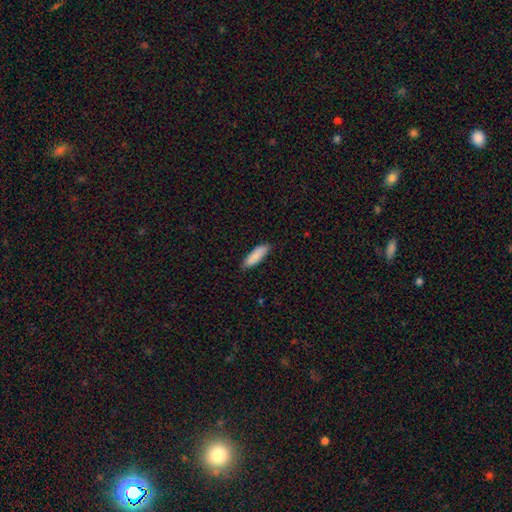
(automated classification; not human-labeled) The model was most divided on "how rounded": in between: 51%, cigar-shaped: 47%, round: 1%. More confident: smooth or featured — smooth (87%); merging — none (84%).